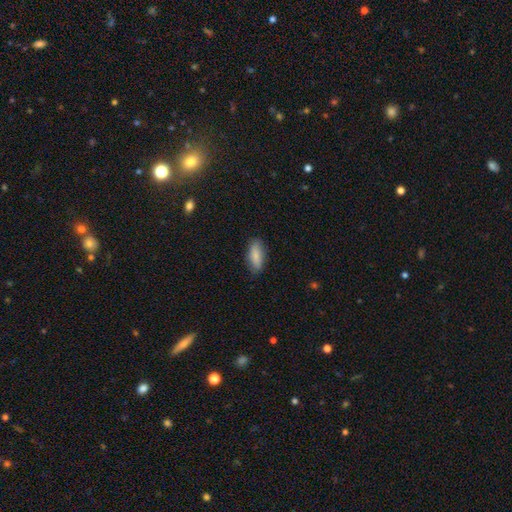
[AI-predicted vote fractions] smooth 82%, featured or disk 12%, star or artifact 6%. Down the decision tree: how rounded — in between (79%); merging — none (81%).